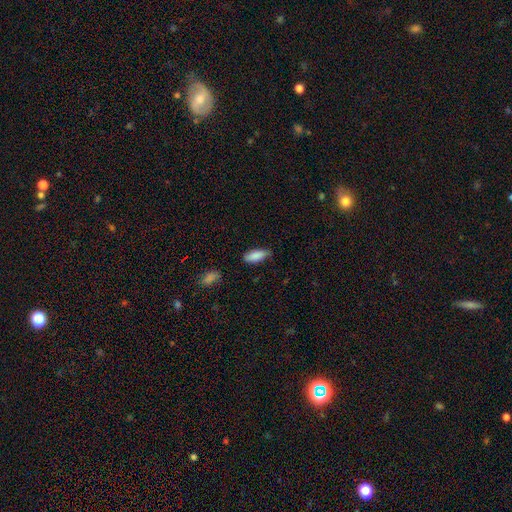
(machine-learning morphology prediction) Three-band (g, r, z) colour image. It shows a smooth galaxy with no disk features (87%) that is in between round and cigar-shaped (76%). Merging: none (71%).